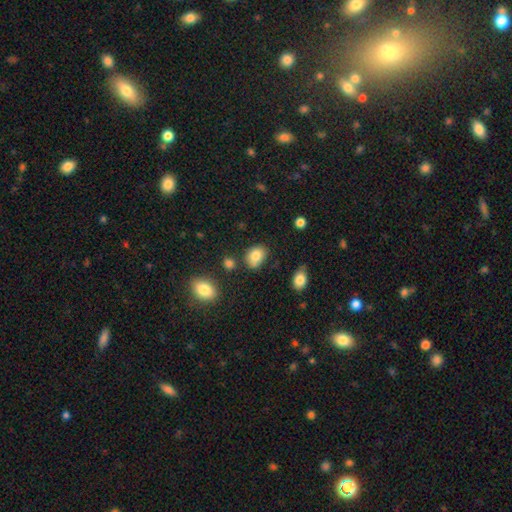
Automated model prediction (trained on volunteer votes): Smooth or featured: smooth — 82% (star or artifact — 10%)
How rounded: in between — 65% (round — 34%)
Merging: none — 64% (minor disturbance — 24%)